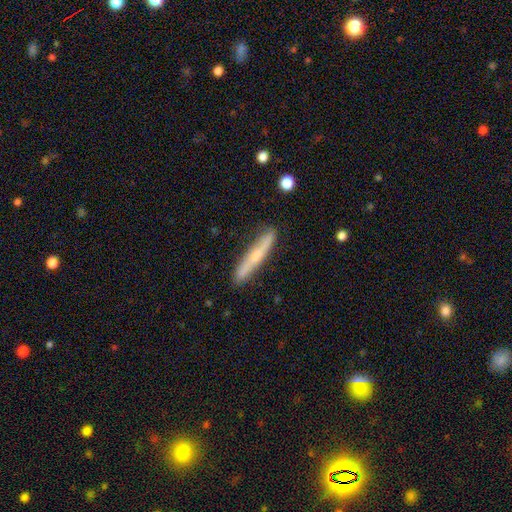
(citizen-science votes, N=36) This appears to be a featured or disk galaxy (50%) viewed edge-on (100%) with a rounded central bulge (67%). Merging: none (89%).